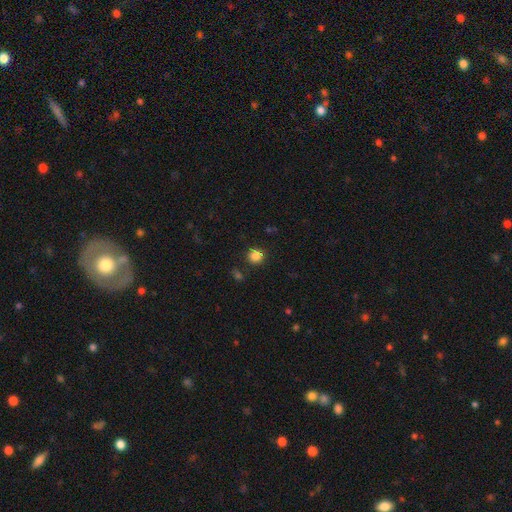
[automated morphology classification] Q: Smooth or featured?
A: smooth (83%); runner-up: star or artifact (12%)
Q: How rounded?
A: round (91%); runner-up: in between (8%)
Q: Merging?
A: none (83%); runner-up: minor disturbance (10%)